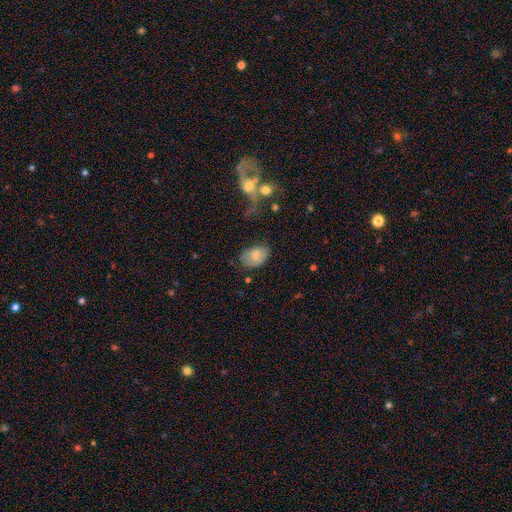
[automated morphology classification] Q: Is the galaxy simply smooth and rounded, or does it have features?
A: smooth — 73%.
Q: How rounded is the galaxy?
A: in between — 82%.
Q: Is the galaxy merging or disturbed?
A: none — 58%.